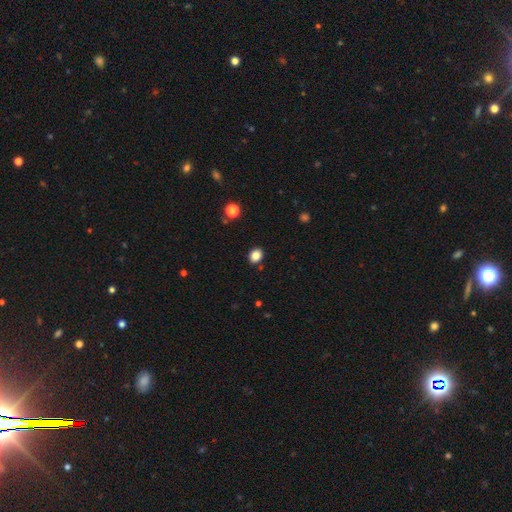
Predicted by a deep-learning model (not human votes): Smooth or featured: smooth — 85% (star or artifact — 11%)
How rounded: round — 53% (in between — 46%)
Merging: none — 88% (minor disturbance — 8%)